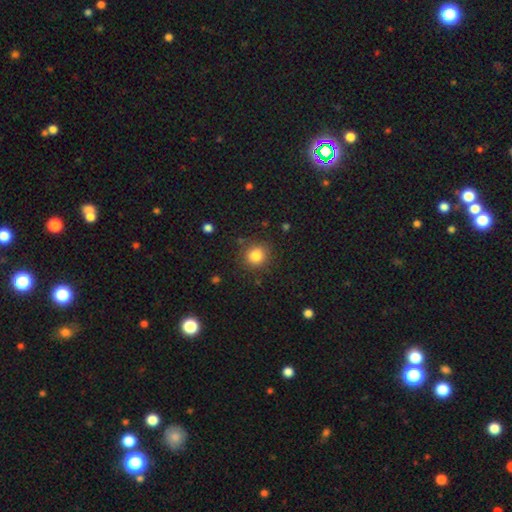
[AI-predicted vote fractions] Smooth or featured?
  - smooth: 83% *
  - star or artifact: 11%
  - featured or disk: 6%
How rounded?
  - round: 89% *
  - in between: 10%
  - cigar-shaped: 1%
Merging?
  - none: 86% *
  - minor disturbance: 9%
  - major disturbance: 3%
  - merger: 2%